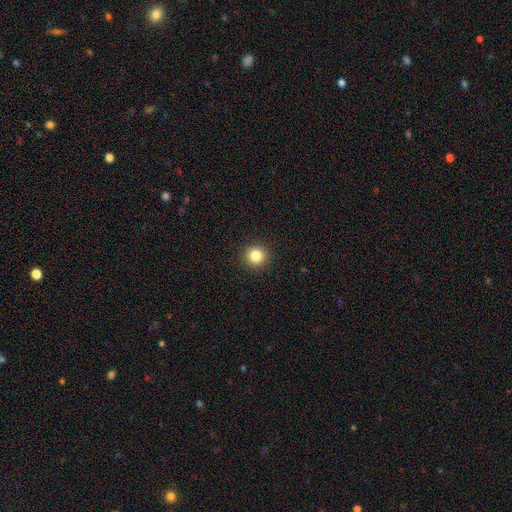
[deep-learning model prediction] A smooth galaxy with no disk features (84%) that is round (94%). Merging: none (93%).